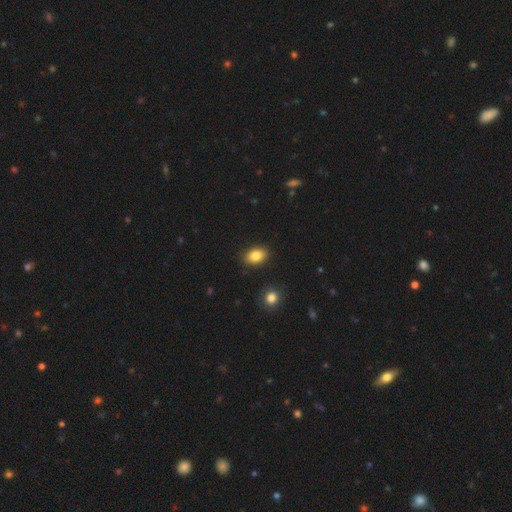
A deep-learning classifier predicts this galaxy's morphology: type=smooth (84%); roundness=in between (80%); merging=none (88%).